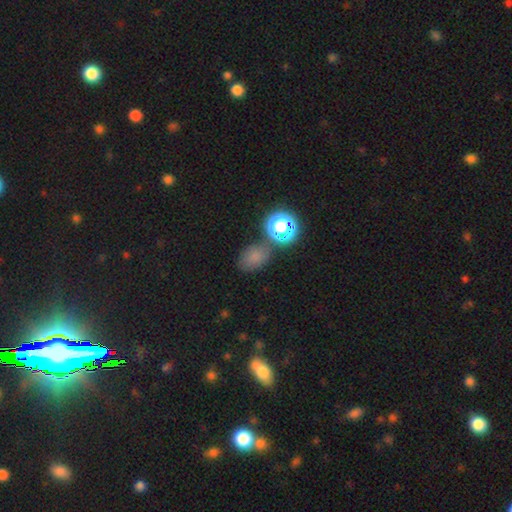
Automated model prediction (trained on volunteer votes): smooth 69%, star or artifact 23%, featured or disk 8%. Down the decision tree: how rounded — in between (69%); merging — none (66%).